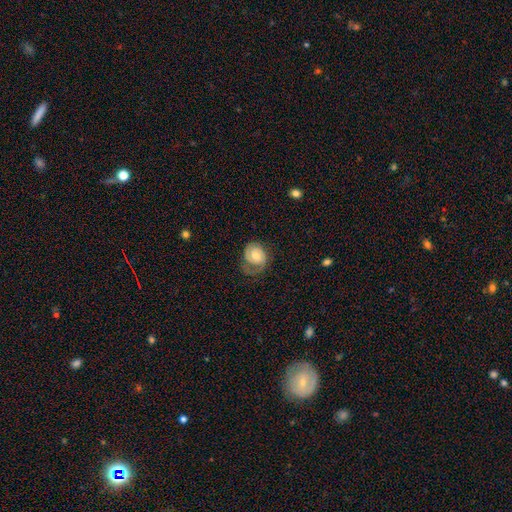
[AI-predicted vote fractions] Smooth or featured?
  - featured or disk: 69% *
  - smooth: 24%
  - star or artifact: 6%
Edge-on disk?
  - no: 97% *
  - yes: 3%
Bar?
  - no: 53% *
  - weak: 38%
  - strong: 8%
Spiral arms?
  - yes: 90% *
  - no: 10%
Spiral winding?
  - tight: 53% *
  - medium: 33%
  - loose: 14%
Spiral arm count?
  - 2: 50% *
  - 1: 33%
  - can't tell: 12%
  - 3: 3%
  - 4: 1%
  - more than 4: 1%
Bulge size?
  - moderate: 61% *
  - small: 31%
  - large: 5%
  - none: 2%
  - dominant: 1%
Merging?
  - none: 53% *
  - minor disturbance: 24%
  - major disturbance: 21%
  - merger: 1%